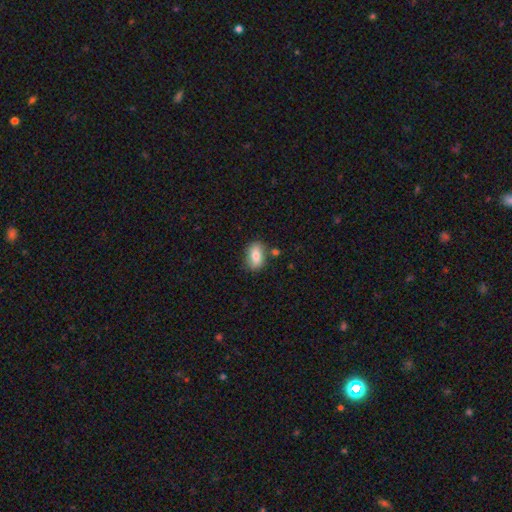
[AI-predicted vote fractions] Smooth or featured: smooth — 80% (featured or disk — 12%)
How rounded: in between — 87% (round — 10%)
Merging: none — 76% (minor disturbance — 15%)